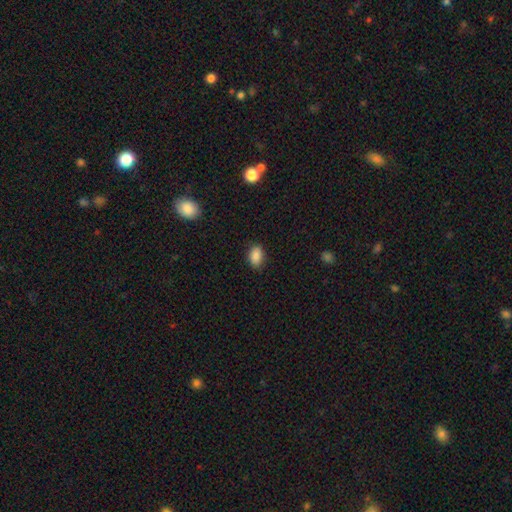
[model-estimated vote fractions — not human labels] Q: Smooth or featured?
A: smooth (87%); runner-up: star or artifact (9%)
Q: How rounded?
A: in between (84%); runner-up: round (14%)
Q: Merging?
A: none (85%); runner-up: minor disturbance (11%)